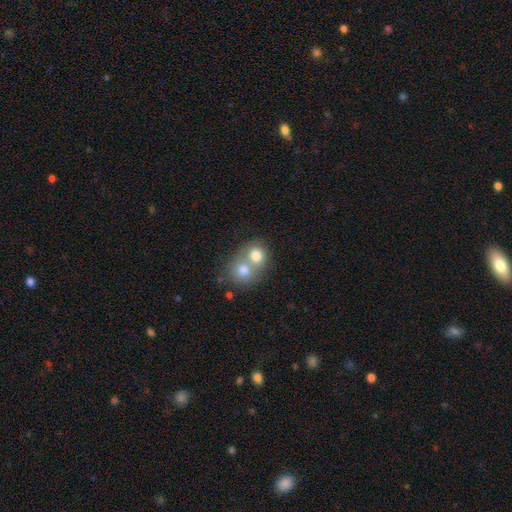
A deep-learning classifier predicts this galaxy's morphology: smooth 74%, featured or disk 17%, star or artifact 8%. Down the decision tree: how rounded — round (72%); merging — merger (68%).